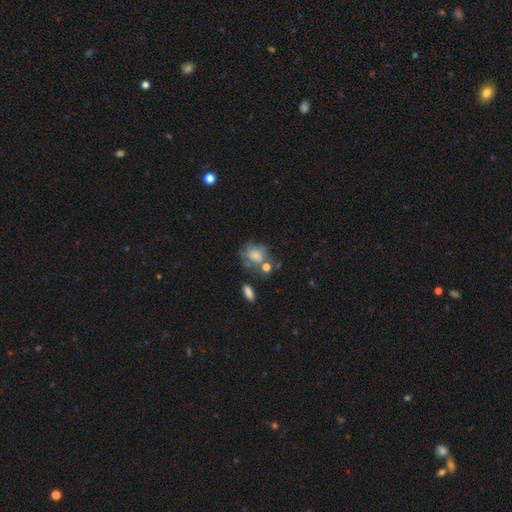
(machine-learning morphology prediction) Overall: smooth (66%). How rounded: round (59%; in between 40%). Merging: none (42%; minor disturbance 23%).